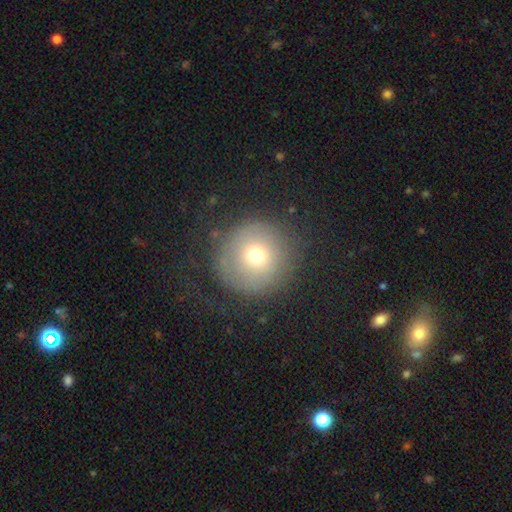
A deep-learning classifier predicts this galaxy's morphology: Smooth or featured? Predicted: smooth (p=0.62). How rounded? Predicted: round (p=0.94). Merging? Predicted: none (p=0.72).